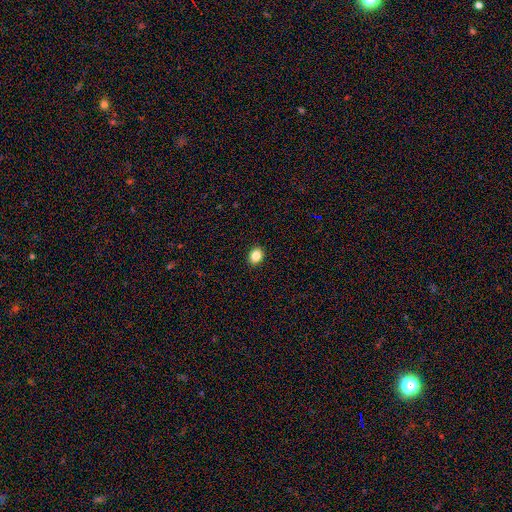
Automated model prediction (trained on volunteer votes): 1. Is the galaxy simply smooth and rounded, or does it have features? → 85% smooth, 10% star or artifact, 5% featured or disk.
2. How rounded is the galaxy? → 53% in between, 46% round, 1% cigar-shaped.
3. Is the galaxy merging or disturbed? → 91% none, 6% minor disturbance, 2% major disturbance, 1% merger.